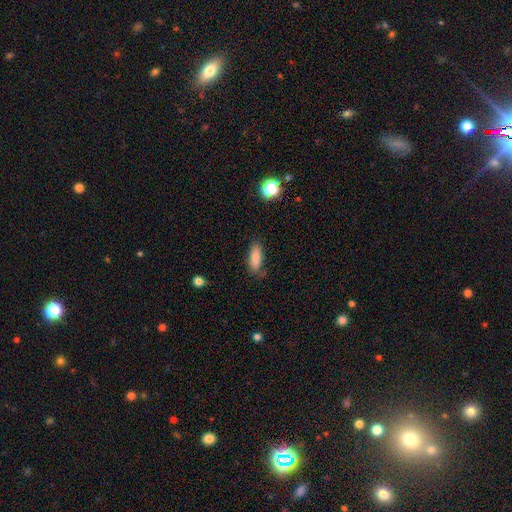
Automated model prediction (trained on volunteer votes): smooth 83%, star or artifact 9%, featured or disk 8%. Down the decision tree: how rounded — in between (58%); merging — none (76%).